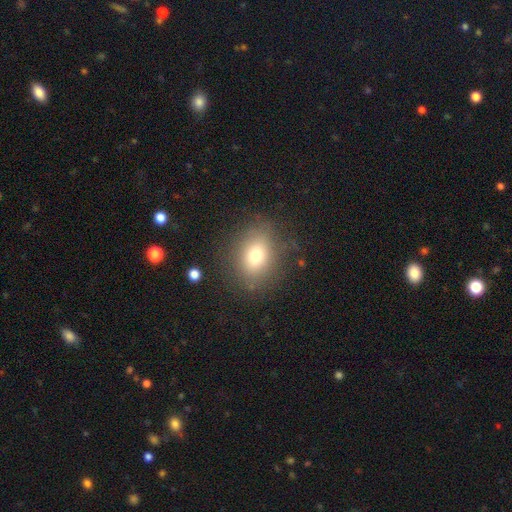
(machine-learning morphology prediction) A smooth galaxy with no disk features (73%) that is in between round and cigar-shaped (51%).

Vote fractions:
- Smooth or featured? smooth: 73% / featured or disk: 14% / star or artifact: 13%
- How rounded? in between: 51% / round: 47% / cigar-shaped: 1%
- Merging? none: 82% / minor disturbance: 11% / major disturbance: 5% / merger: 2%